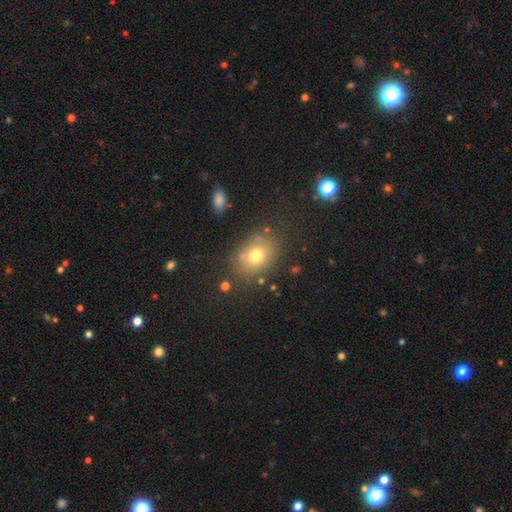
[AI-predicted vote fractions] This appears to be a smooth galaxy with no disk features (72%) that is in between round and cigar-shaped (60%). Merging: none (77%).